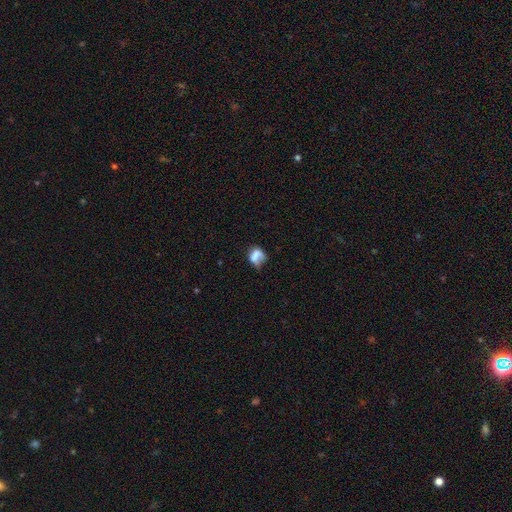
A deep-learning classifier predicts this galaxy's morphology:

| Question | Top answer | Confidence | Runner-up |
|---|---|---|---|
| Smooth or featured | smooth | 61% | featured or disk (27%) |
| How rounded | in between | 55% | round (43%) |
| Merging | none | 31% | major disturbance (26%) |